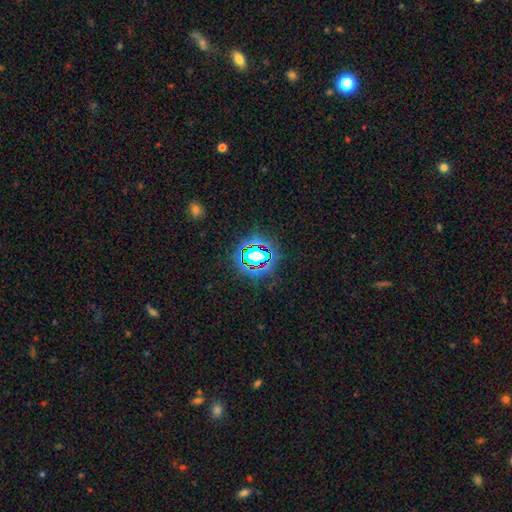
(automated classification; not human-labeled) star or artifact 68%, smooth 20%, featured or disk 12%.